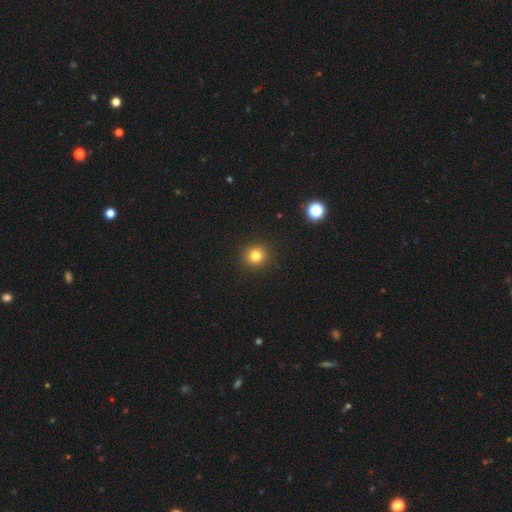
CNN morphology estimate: smooth-or-featured: smooth: 81% | star or artifact: 13% | featured or disk: 6%
  how-rounded: round: 92% | in between: 7% | cigar-shaped: 1%
  merging: none: 92% | minor disturbance: 5% | major disturbance: 2% | merger: 1%